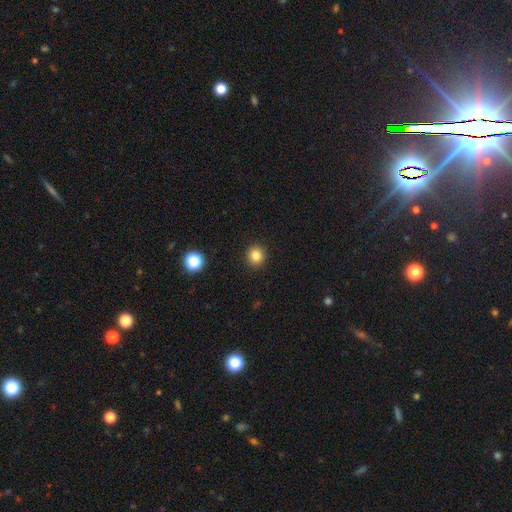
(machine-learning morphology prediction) Overall: smooth (82%). How rounded: round (92%). Merging: none (92%).